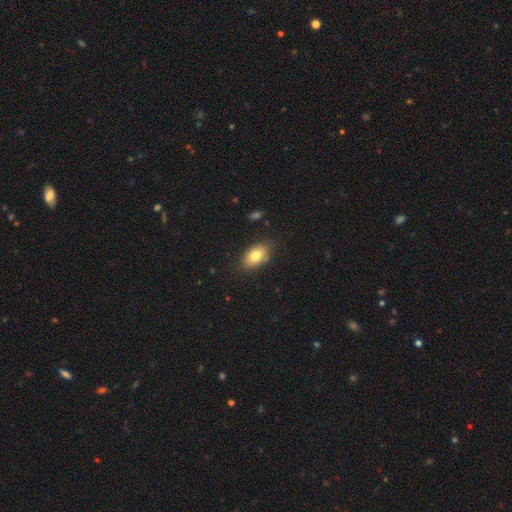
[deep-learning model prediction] Morphology: type=smooth (78%); roundness=in between (89%); merging=none (82%).